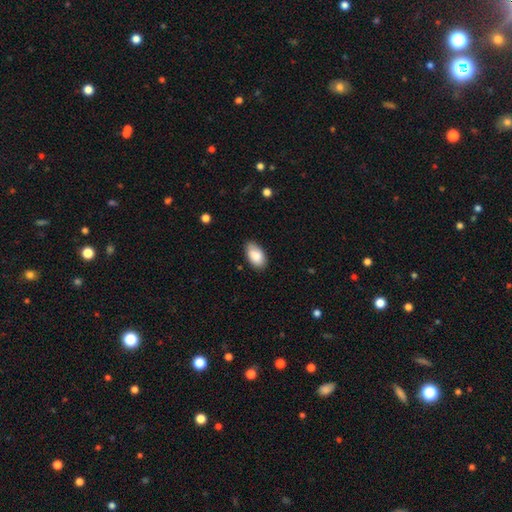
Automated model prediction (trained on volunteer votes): Smooth or featured?
  - smooth: 87% *
  - featured or disk: 6%
  - star or artifact: 6%
How rounded?
  - in between: 95% *
  - round: 3%
  - cigar-shaped: 2%
Merging?
  - none: 81% *
  - minor disturbance: 16%
  - major disturbance: 2%
  - merger: 1%